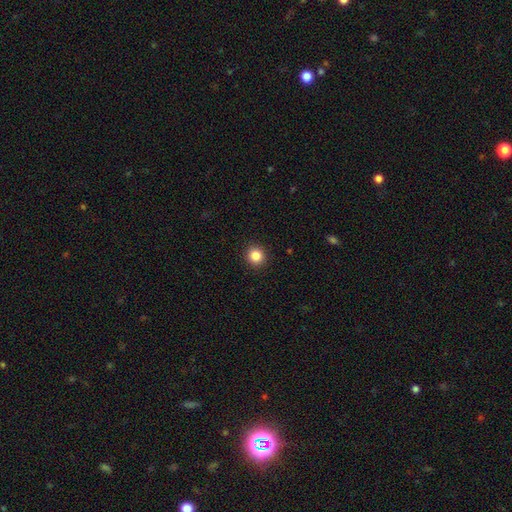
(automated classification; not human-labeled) This is clearly a smooth galaxy (85%). How rounded: clearly round (92%). Merging: clearly none (92%).